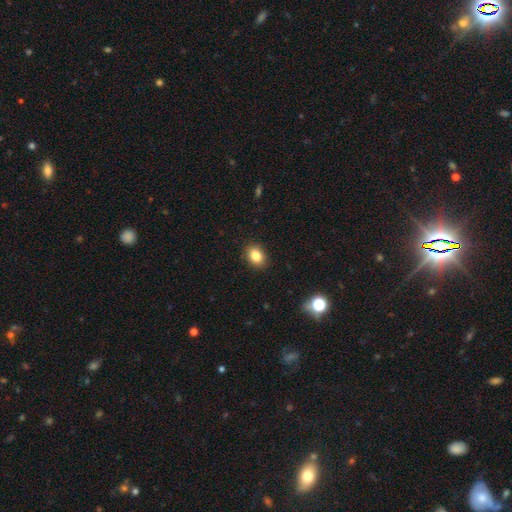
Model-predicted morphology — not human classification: Smooth or featured: smooth — 83% (star or artifact — 10%)
How rounded: in between — 66% (round — 33%)
Merging: none — 89% (minor disturbance — 8%)